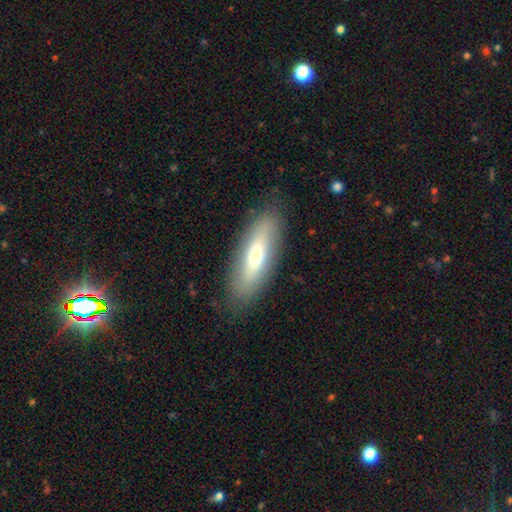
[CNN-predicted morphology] type=smooth (58%); roundness=in between (52%); merging=none (85%).